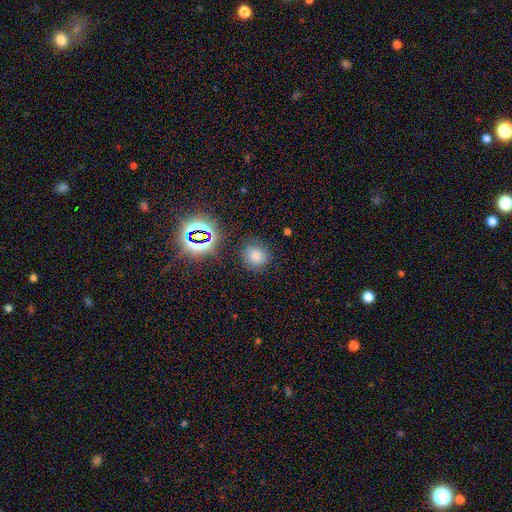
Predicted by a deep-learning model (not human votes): Overall: smooth (61%; star or artifact 28%). How rounded: round (85%). Merging: none (83%).